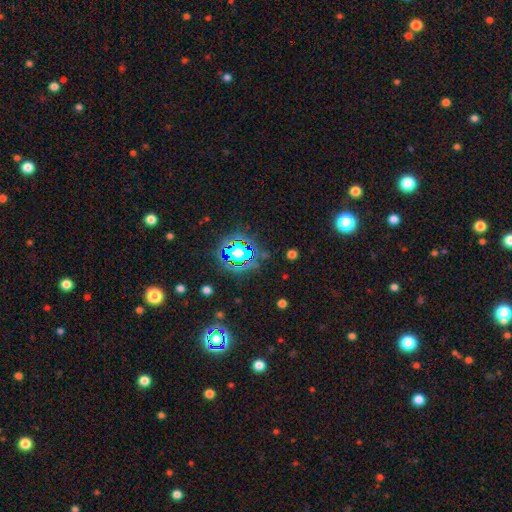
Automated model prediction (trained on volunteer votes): This is likely a star or artifact rather than a galaxy (78%).